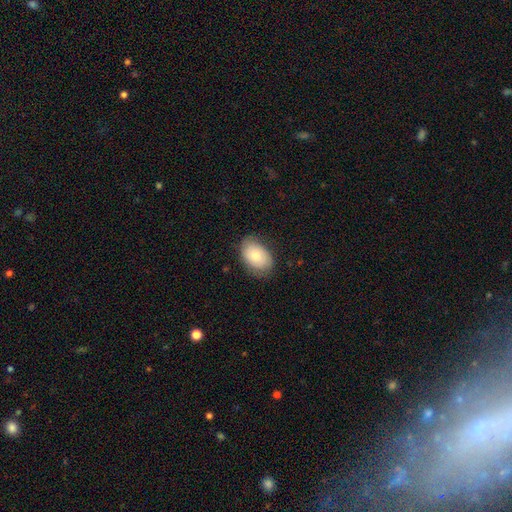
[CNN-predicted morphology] This is likely a smooth galaxy (75%). How rounded: clearly in between (84%). Merging: likely none (74%).